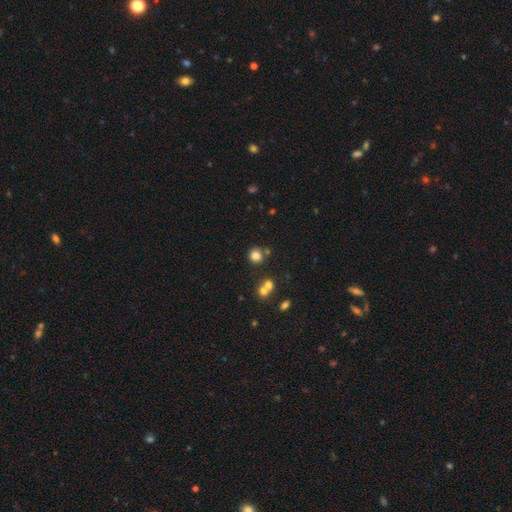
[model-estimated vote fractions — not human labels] A smooth galaxy with no disk features (79%) that is round (88%).

Vote fractions:
- Smooth or featured? smooth: 79% / star or artifact: 14% / featured or disk: 7%
- How rounded? round: 88% / in between: 11% / cigar-shaped: 1%
- Merging? none: 71% / merger: 17% / minor disturbance: 9% / major disturbance: 3%